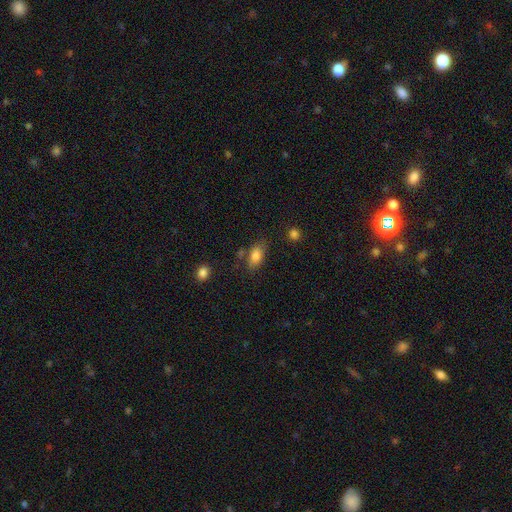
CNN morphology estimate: smooth 82%, featured or disk 9%, star or artifact 9%. Down the decision tree: how rounded — in between (87%); merging — none (70%).